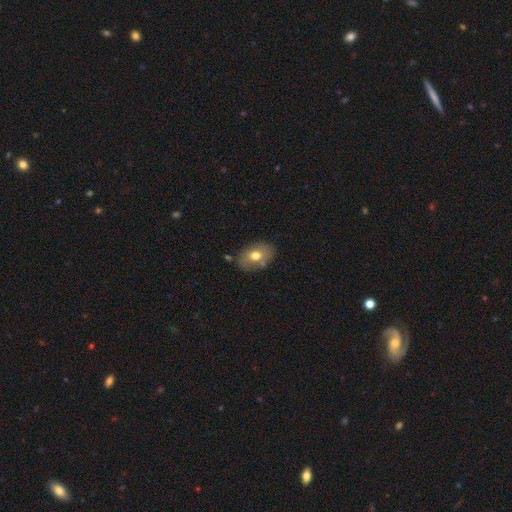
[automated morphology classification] type=smooth (69%); roundness=in between (80%); merging=none (77%).